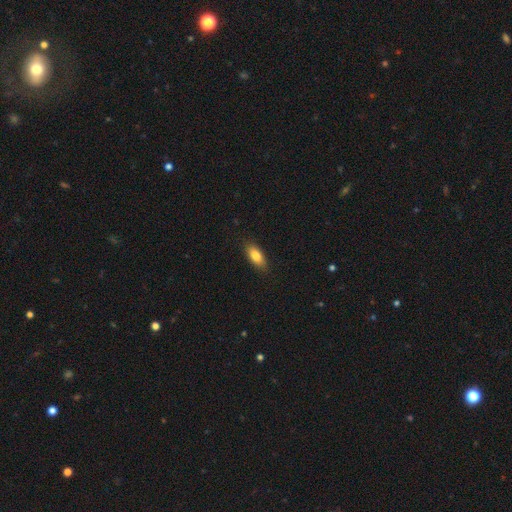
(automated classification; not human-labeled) Q: Smooth or featured?
A: smooth (81%); runner-up: featured or disk (12%)
Q: How rounded?
A: in between (86%); runner-up: cigar-shaped (10%)
Q: Merging?
A: none (86%); runner-up: minor disturbance (11%)